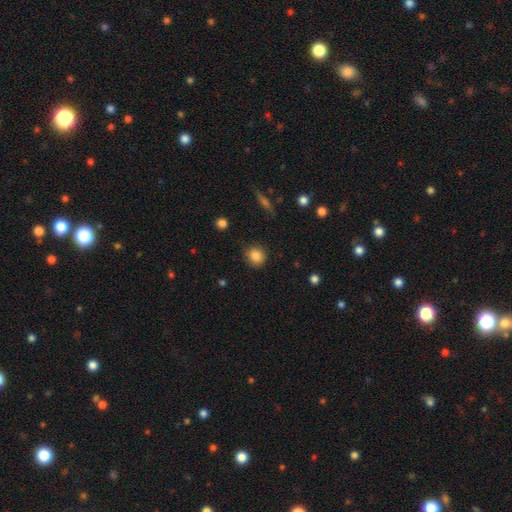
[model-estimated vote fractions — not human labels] This appears to be a smooth galaxy with no disk features (86%) that is round (87%). Merging: none (81%).